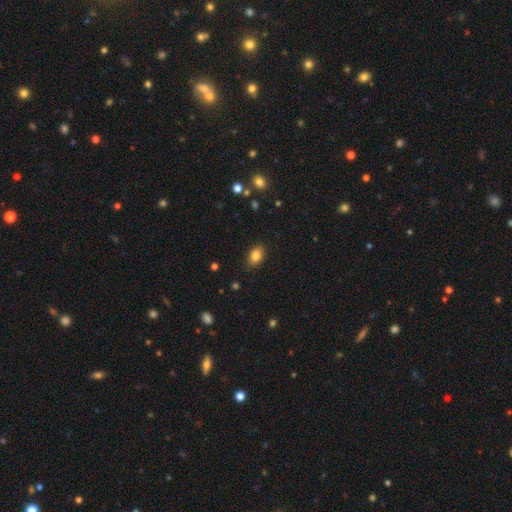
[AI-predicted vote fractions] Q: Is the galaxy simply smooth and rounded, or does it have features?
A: smooth — 83%.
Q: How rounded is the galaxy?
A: in between — 82%.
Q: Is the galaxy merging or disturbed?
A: none — 86%.